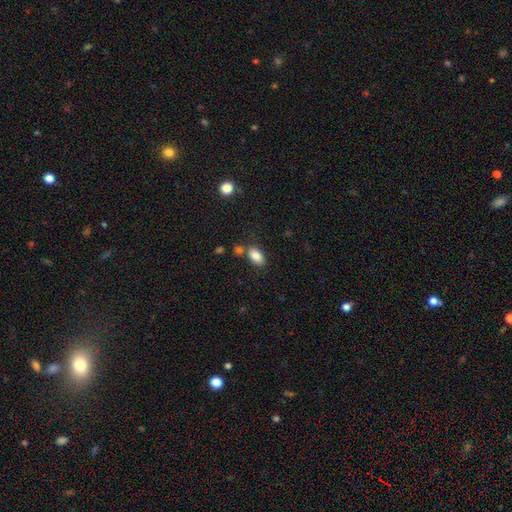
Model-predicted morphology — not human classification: Q: Smooth or featured?
A: smooth (85%); runner-up: star or artifact (8%)
Q: How rounded?
A: in between (92%); runner-up: round (5%)
Q: Merging?
A: none (72%); runner-up: merger (13%)